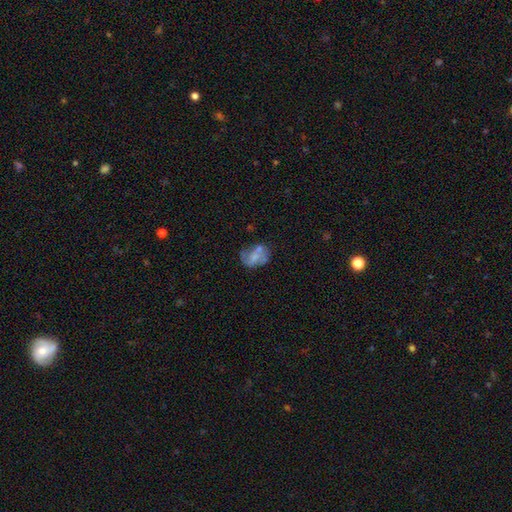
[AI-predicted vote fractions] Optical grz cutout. It shows a featured or disk galaxy (51%). Merging: none (39%).